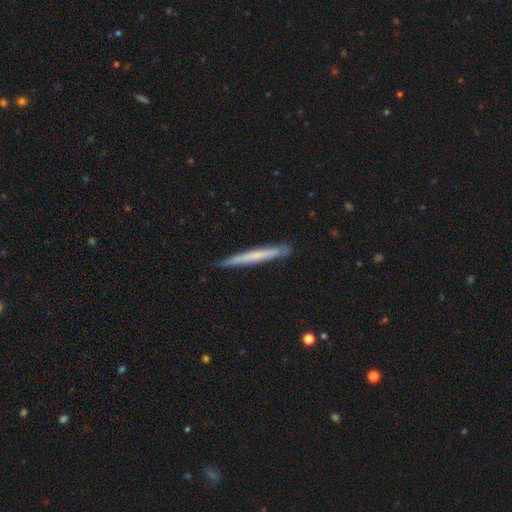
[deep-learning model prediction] smooth-or-featured: smooth: 54% | featured or disk: 40% | star or artifact: 6%
  how-rounded: cigar-shaped: 97% | in between: 2% | round: 1%
  merging: none: 87% | minor disturbance: 10% | major disturbance: 2% | merger: 1%